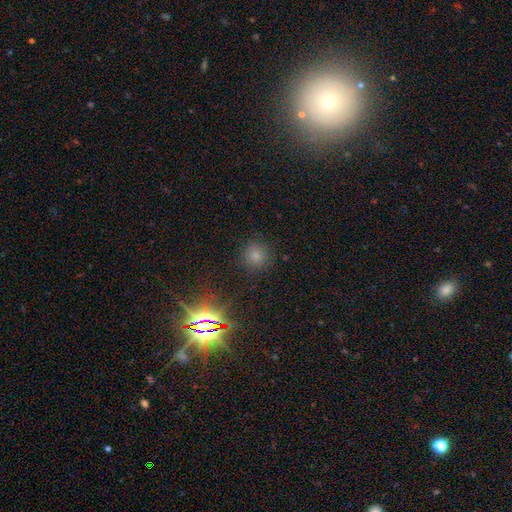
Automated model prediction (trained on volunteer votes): A smooth galaxy with no disk features (74%) that is round (94%).

Vote fractions:
- Smooth or featured? smooth: 74% / star or artifact: 20% / featured or disk: 7%
- How rounded? round: 94% / in between: 5% / cigar-shaped: 1%
- Merging? none: 87% / minor disturbance: 8% / major disturbance: 3% / merger: 2%